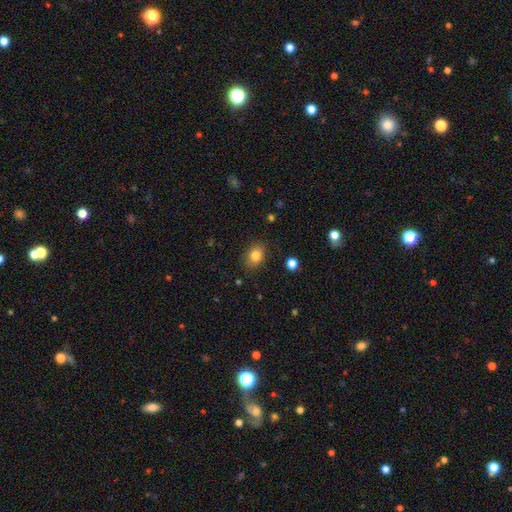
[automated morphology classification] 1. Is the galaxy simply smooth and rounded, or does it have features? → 82% smooth, 10% star or artifact, 8% featured or disk.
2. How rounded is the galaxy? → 62% in between, 37% round, 1% cigar-shaped.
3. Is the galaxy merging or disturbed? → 85% none, 11% minor disturbance, 3% major disturbance, 1% merger.